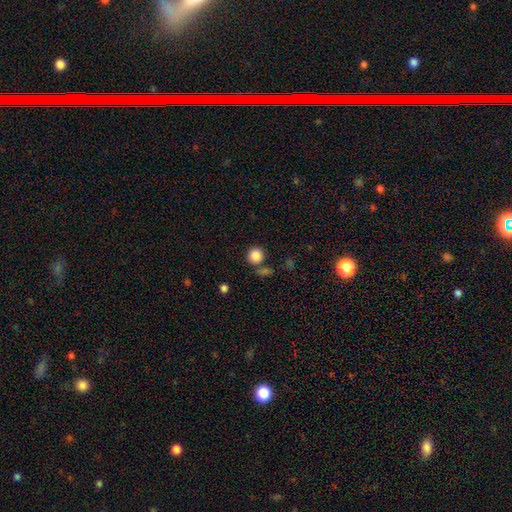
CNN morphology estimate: The model was most divided on "merging": none: 76%, merger: 11%, minor disturbance: 9%, major disturbance: 4%. More confident: how rounded — round (92%); smooth or featured — smooth (86%).